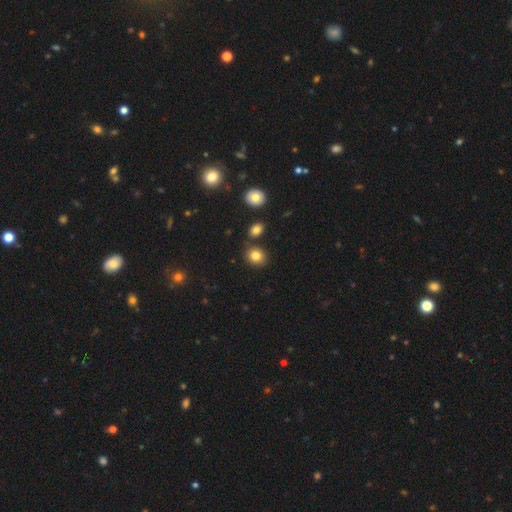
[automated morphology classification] Q: Smooth or featured?
A: smooth (82%); runner-up: star or artifact (10%)
Q: How rounded?
A: round (69%); runner-up: in between (30%)
Q: Merging?
A: none (82%); runner-up: minor disturbance (9%)